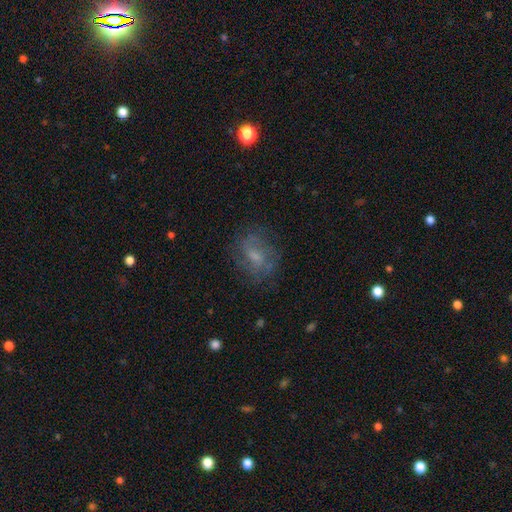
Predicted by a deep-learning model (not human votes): smooth-or-featured: featured or disk: 47% | smooth: 41% | star or artifact: 12%
  merging: none: 67% | minor disturbance: 19% | major disturbance: 12% | merger: 2%